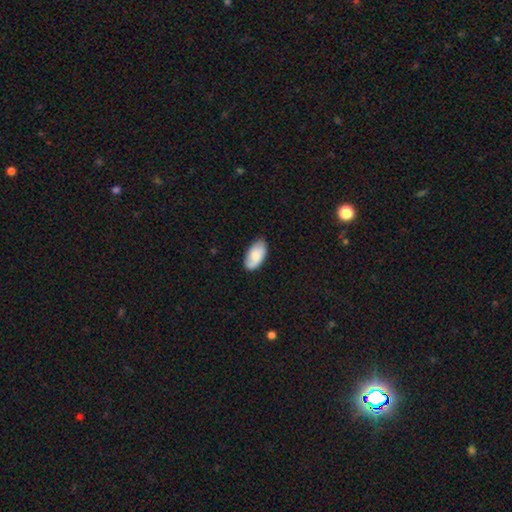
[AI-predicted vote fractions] smooth_or_featured: smooth (p=0.71) [alt: featured or disk p=0.23]
how_rounded: in between (p=0.95) [alt: round p=0.03]
merging: none (p=0.74) [alt: minor disturbance p=0.21]